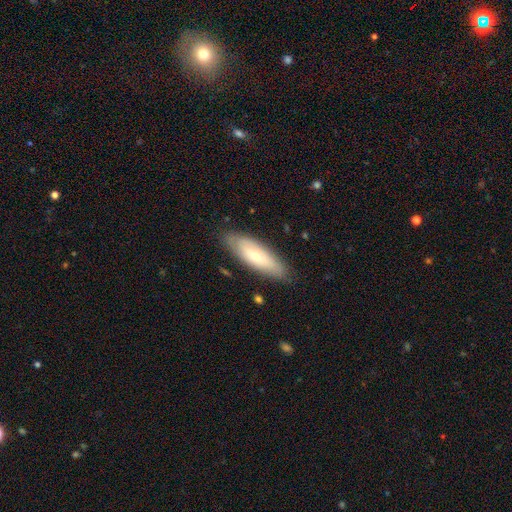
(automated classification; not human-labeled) Smooth or featured?
  - smooth: 59% *
  - featured or disk: 34%
  - star or artifact: 6%
How rounded?
  - in between: 53% *
  - cigar-shaped: 45%
  - round: 2%
Merging?
  - none: 82% *
  - minor disturbance: 14%
  - major disturbance: 3%
  - merger: 1%